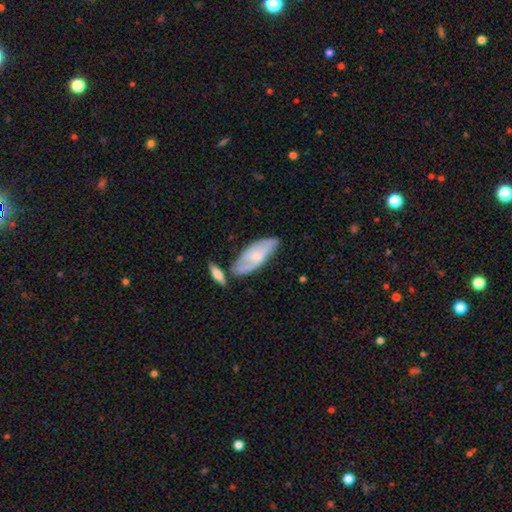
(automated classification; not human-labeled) The model was most divided on "smooth or featured" (2-way tie): featured or disk: 47%, smooth: 47%, star or artifact: 6%. More confident: merging — none (54%).